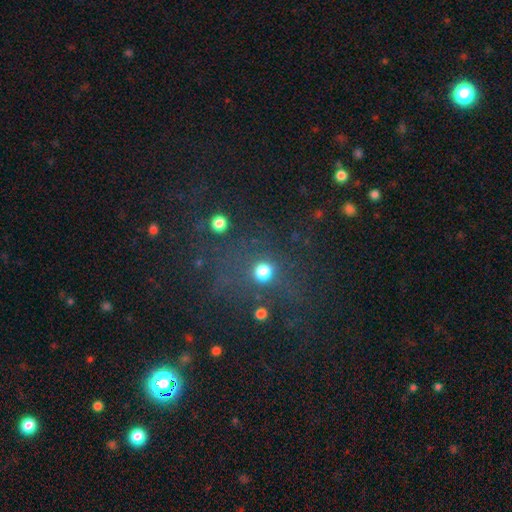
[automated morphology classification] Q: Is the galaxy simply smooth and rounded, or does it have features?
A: star or artifact — 48%.